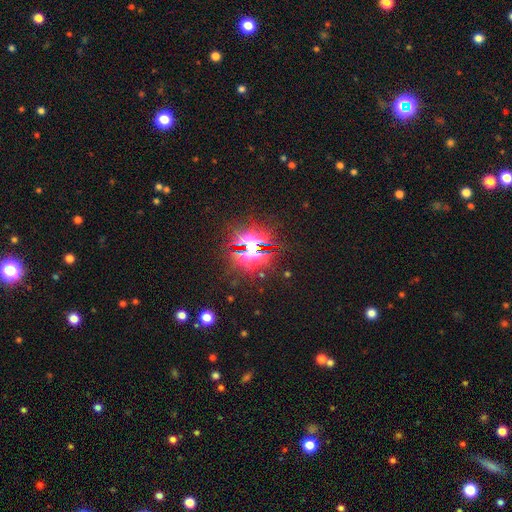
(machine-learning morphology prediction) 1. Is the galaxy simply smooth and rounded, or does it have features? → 82% star or artifact, 12% smooth, 6% featured or disk.